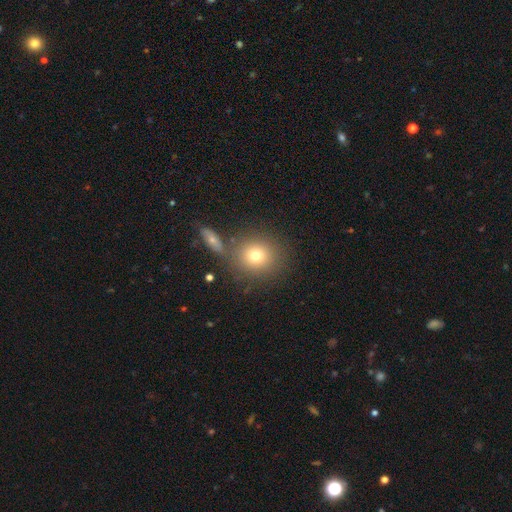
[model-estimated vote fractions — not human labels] smooth_or_featured: smooth (p=0.74) [alt: star or artifact p=0.13]
how_rounded: round (p=0.82) [alt: in between p=0.17]
merging: none (p=0.76) [alt: merger p=0.11]